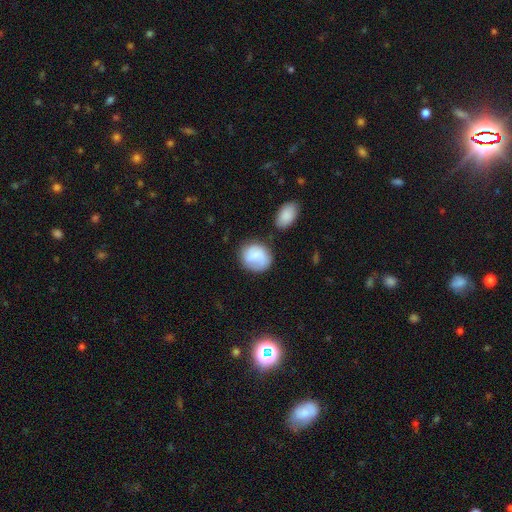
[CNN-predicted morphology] type=smooth (71%); roundness=round (75%); merging=none (65%).